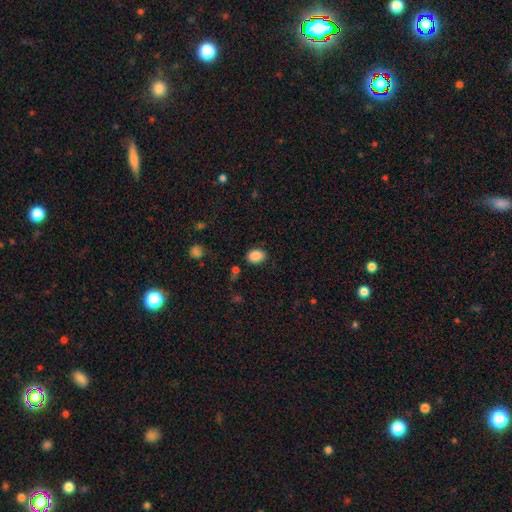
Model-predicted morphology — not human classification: Smooth or featured? smooth (87%)
How rounded? in between (72%)
Merging? none (81%)